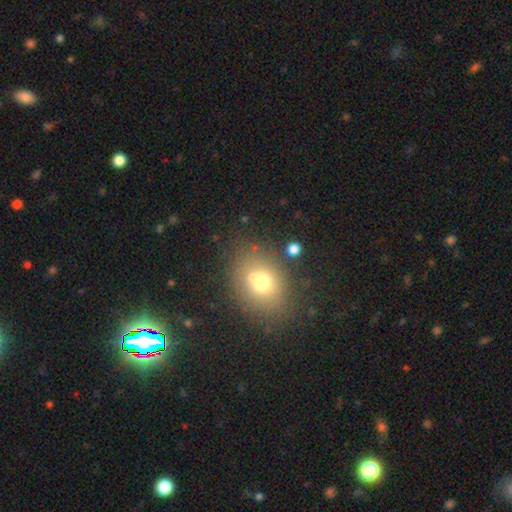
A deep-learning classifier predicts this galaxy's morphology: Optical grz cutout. It shows a smooth galaxy with no disk features (63%) that is in between round and cigar-shaped (54%). Merging: none (76%).